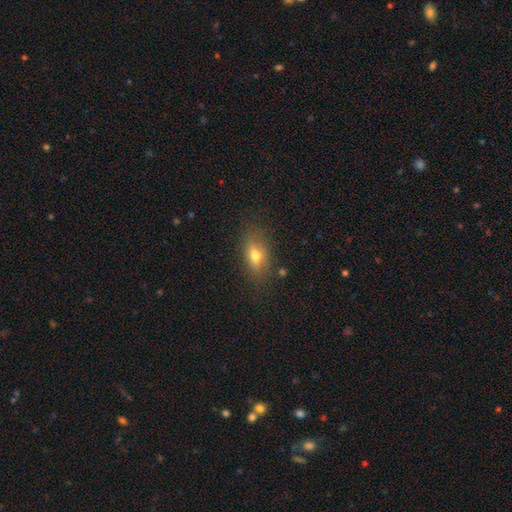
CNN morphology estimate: Overall: smooth (58%; featured or disk 30%). How rounded: in between (72%). Merging: none (79%).